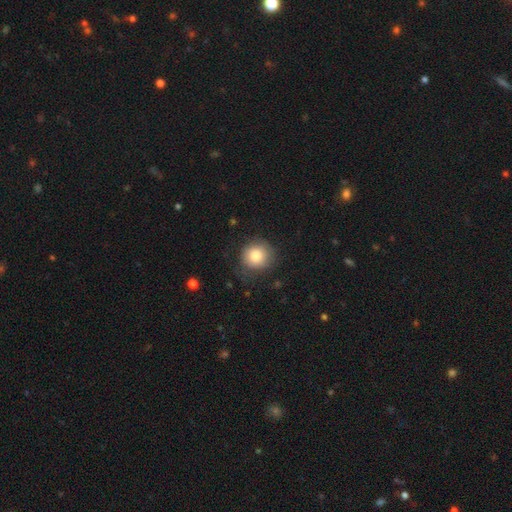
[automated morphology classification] This appears to be a smooth galaxy with no disk features (81%) that is round (90%). Merging: none (73%).